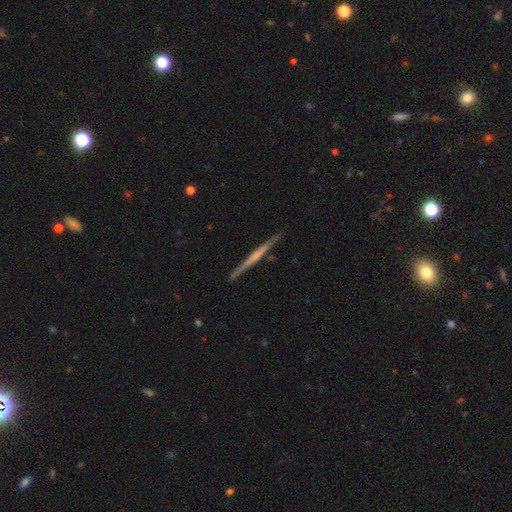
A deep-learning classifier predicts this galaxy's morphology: Smooth or featured? Predicted: featured or disk (p=0.68). Edge-on disk? Predicted: yes (p=0.98). Edge-on bulge? Predicted: none (p=0.62). Merging? Predicted: none (p=0.90).